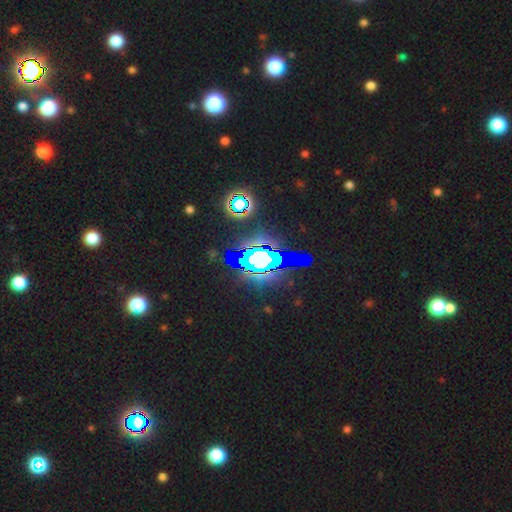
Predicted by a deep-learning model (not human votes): star or artifact 75%, featured or disk 13%, smooth 12%.